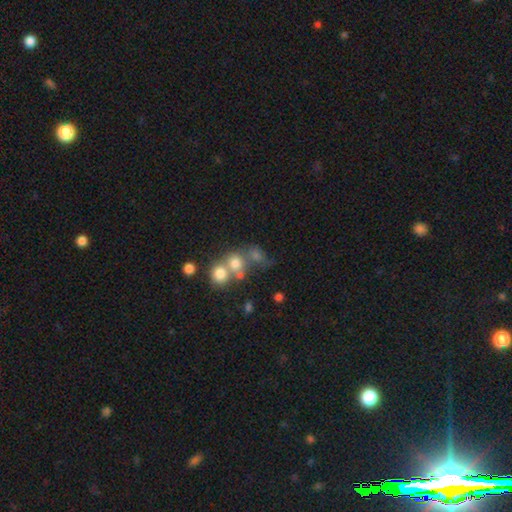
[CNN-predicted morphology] type=smooth (61%); roundness=round (73%); merging=merger (47%).